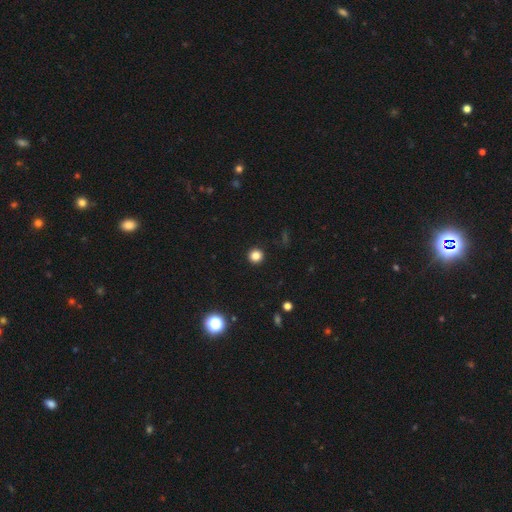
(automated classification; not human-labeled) Smooth or featured?
  - smooth: 83% *
  - star or artifact: 13%
  - featured or disk: 4%
How rounded?
  - round: 96% *
  - in between: 4%
  - cigar-shaped: 1%
Merging?
  - none: 93% *
  - minor disturbance: 4%
  - major disturbance: 2%
  - merger: 1%